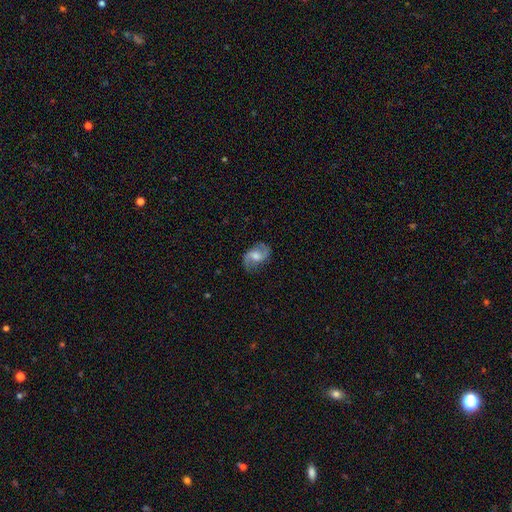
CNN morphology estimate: smooth-or-featured: featured or disk: 79% | smooth: 14% | star or artifact: 7%
  disk-edge-on: no: 97% | yes: 3%
    bar: weak: 47% | no: 41% | strong: 12%
    has-spiral-arms: yes: 95% | no: 5%
      spiral-winding: loose: 46% | medium: 42% | tight: 12%
      spiral-arm-count: 2: 91% | can't tell: 3% | 1: 2% | 3: 1% | 4: 1% | more than 4: 1%
    bulge-size: moderate: 59% | small: 24% | large: 10% | none: 5% | dominant: 1%
  merging: none: 80% | minor disturbance: 14% | major disturbance: 5% | merger: 1%